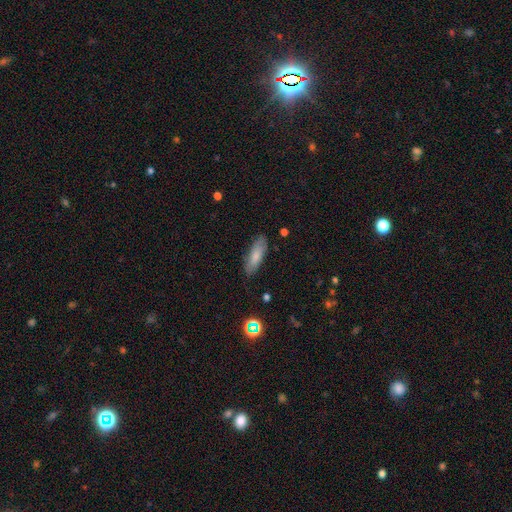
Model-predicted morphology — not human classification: This is likely a smooth galaxy (77%). How rounded: possibly in between (53%). Merging: clearly none (82%).